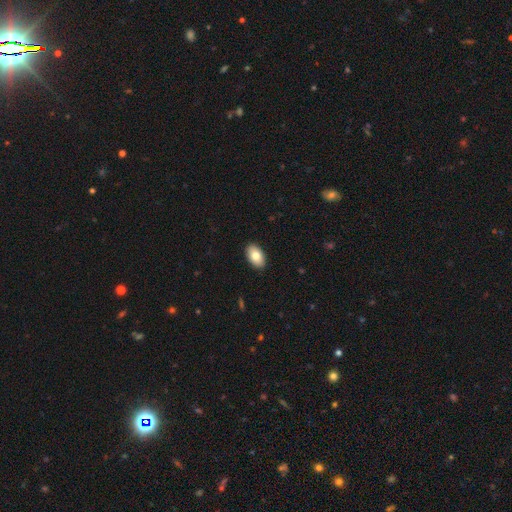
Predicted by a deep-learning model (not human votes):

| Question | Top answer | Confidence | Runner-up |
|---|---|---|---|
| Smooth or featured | smooth | 80% | featured or disk (13%) |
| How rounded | in between | 93% | round (5%) |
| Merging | none | 90% | minor disturbance (7%) |